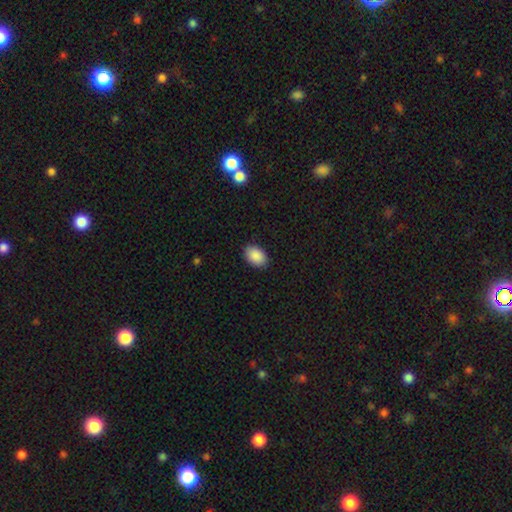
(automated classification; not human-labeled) This is clearly a smooth galaxy (90%). How rounded: clearly in between (86%). Merging: clearly none (89%).